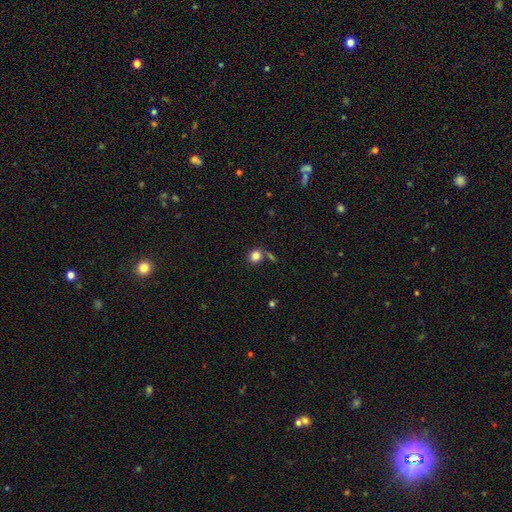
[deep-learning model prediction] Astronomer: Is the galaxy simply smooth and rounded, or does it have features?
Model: smooth — 83%.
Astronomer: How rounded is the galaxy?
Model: round — 79%.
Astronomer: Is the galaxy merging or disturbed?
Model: none — 68%.